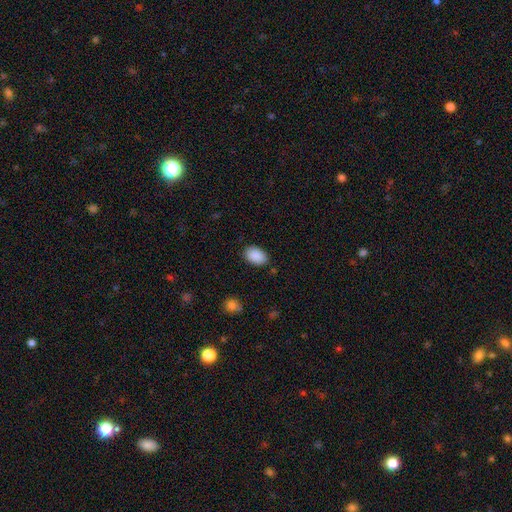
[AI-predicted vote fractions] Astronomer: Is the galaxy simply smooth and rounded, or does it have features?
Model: smooth — 90%.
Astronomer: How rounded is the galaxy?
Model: in between — 88%.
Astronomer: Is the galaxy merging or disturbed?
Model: none — 84%.